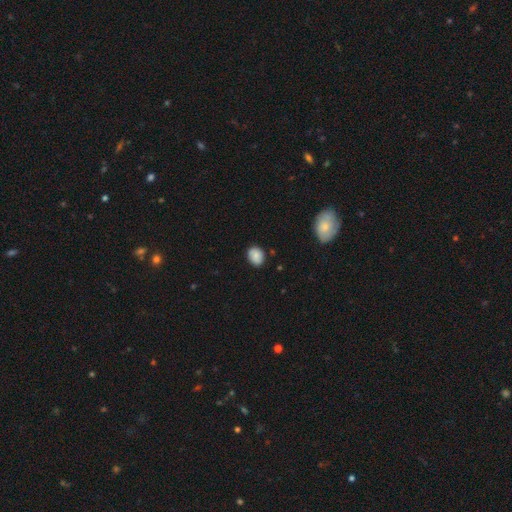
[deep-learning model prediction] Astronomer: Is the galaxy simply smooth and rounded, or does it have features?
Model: smooth — 81%.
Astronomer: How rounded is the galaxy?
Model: in between — 53% (runner-up: round, 46%).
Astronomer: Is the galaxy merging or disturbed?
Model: none — 81%.